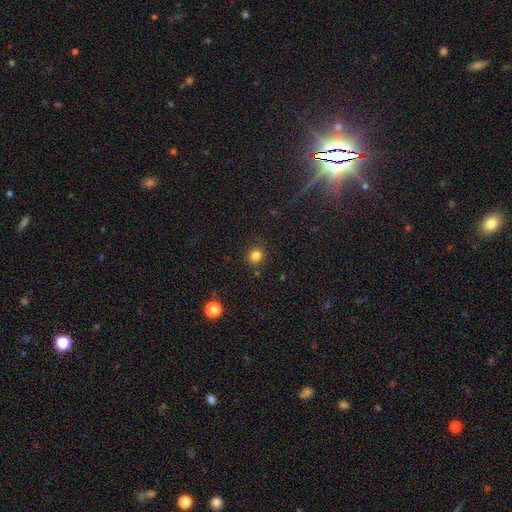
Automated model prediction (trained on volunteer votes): smooth 82%, star or artifact 14%, featured or disk 4%. Down the decision tree: how rounded — round (92%); merging — none (88%).